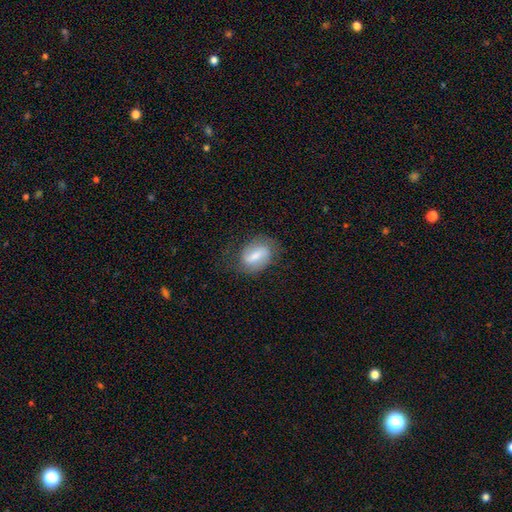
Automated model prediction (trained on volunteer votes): Overall: featured or disk (47%; smooth 45%). Merging: none (68%).